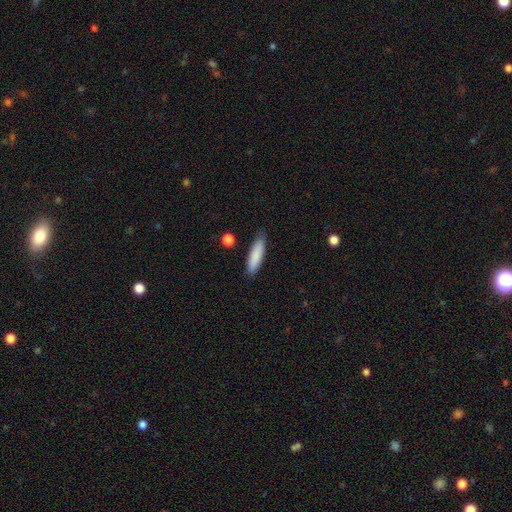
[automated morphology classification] This appears to be a smooth galaxy with no disk features (84%) that is cigar-shaped (67%). Merging: none (85%).